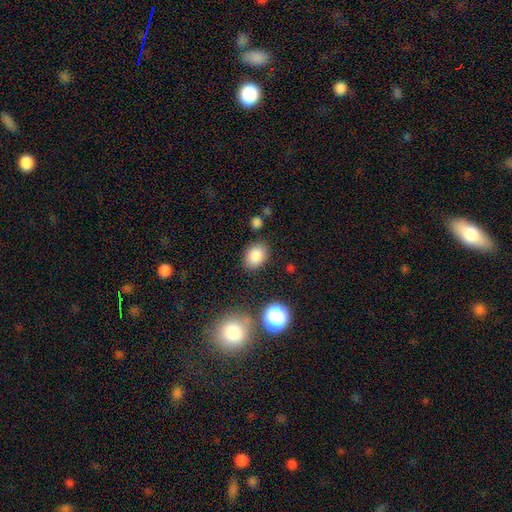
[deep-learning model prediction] smooth-or-featured: smooth: 85% | star or artifact: 10% | featured or disk: 5%
  how-rounded: in between: 67% | round: 32% | cigar-shaped: 1%
  merging: none: 83% | minor disturbance: 11% | major disturbance: 3% | merger: 3%